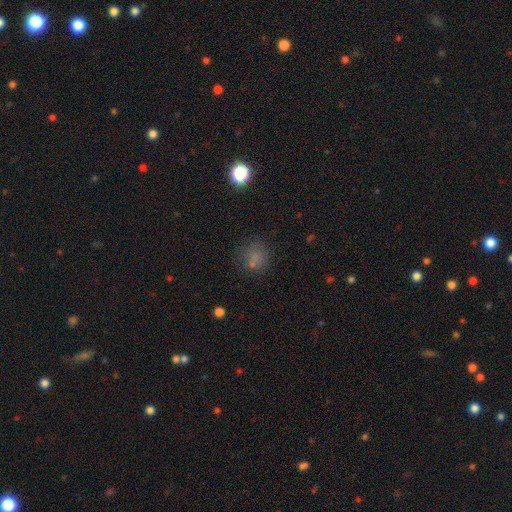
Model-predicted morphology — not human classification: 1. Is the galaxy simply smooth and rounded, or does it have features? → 65% smooth, 24% star or artifact, 11% featured or disk.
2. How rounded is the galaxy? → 84% round, 15% in between, 1% cigar-shaped.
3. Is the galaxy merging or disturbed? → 70% none, 14% minor disturbance, 10% merger, 7% major disturbance.